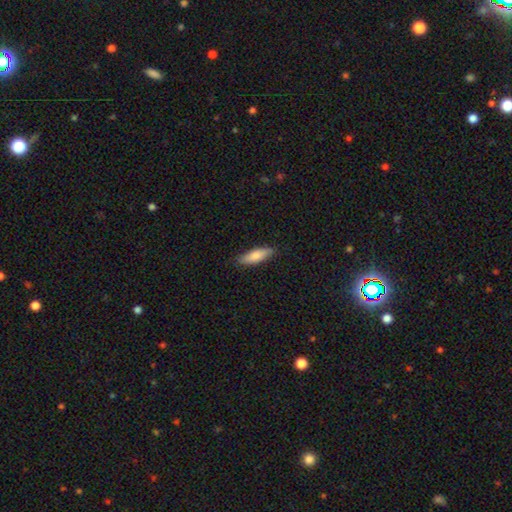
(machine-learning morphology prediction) This is likely a smooth galaxy (80%). How rounded: possibly in between (50%). Merging: clearly none (86%).